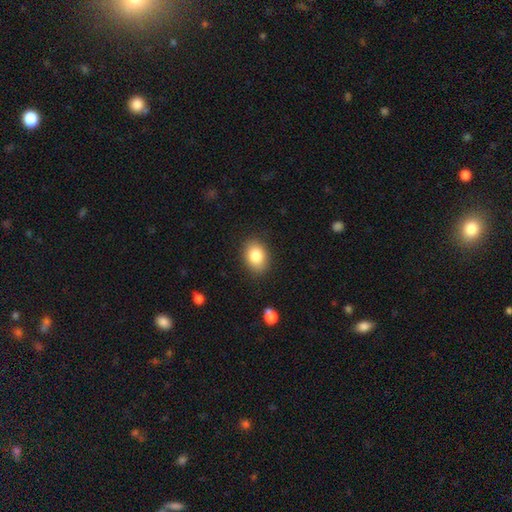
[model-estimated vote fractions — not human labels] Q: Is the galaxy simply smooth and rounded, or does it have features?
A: smooth — 84%.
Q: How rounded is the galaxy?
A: in between — 72%.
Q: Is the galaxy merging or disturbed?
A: none — 86%.